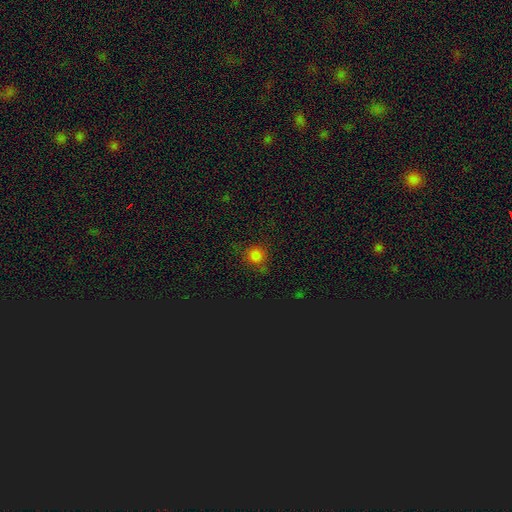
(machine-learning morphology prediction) The model was most divided on "smooth or featured": smooth: 77%, star or artifact: 18%, featured or disk: 5%. More confident: how rounded — round (88%); merging — none (76%).